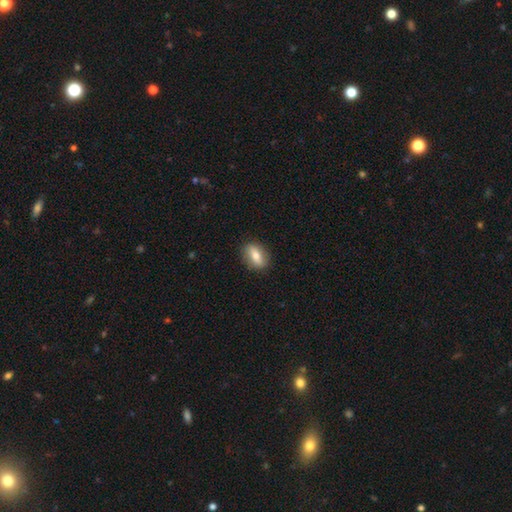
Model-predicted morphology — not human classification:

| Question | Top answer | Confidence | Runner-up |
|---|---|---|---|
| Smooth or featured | smooth | 68% | featured or disk (24%) |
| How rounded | in between | 76% | round (18%) |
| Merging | none | 86% | minor disturbance (10%) |